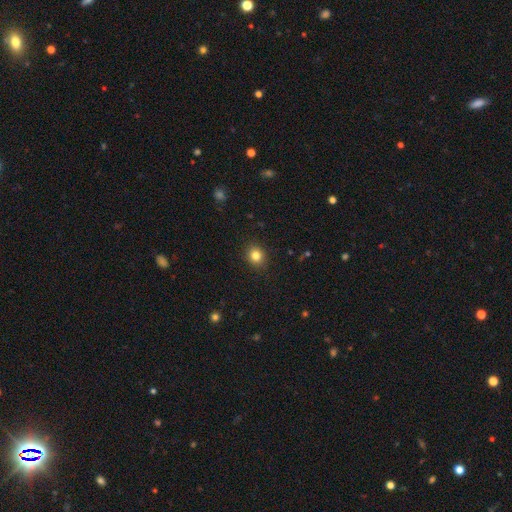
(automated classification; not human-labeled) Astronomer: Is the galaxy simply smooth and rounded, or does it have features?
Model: smooth — 82%.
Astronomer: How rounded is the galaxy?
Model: round — 79%.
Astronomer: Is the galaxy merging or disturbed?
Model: none — 90%.